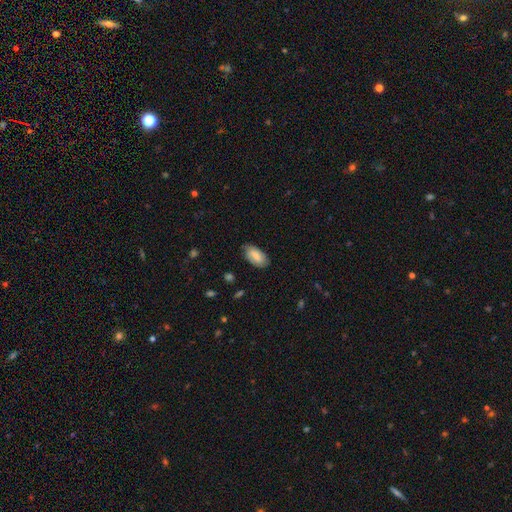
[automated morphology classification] Smooth or featured: smooth — 69% (featured or disk — 24%)
How rounded: in between — 94% (round — 3%)
Merging: none — 73% (minor disturbance — 22%)